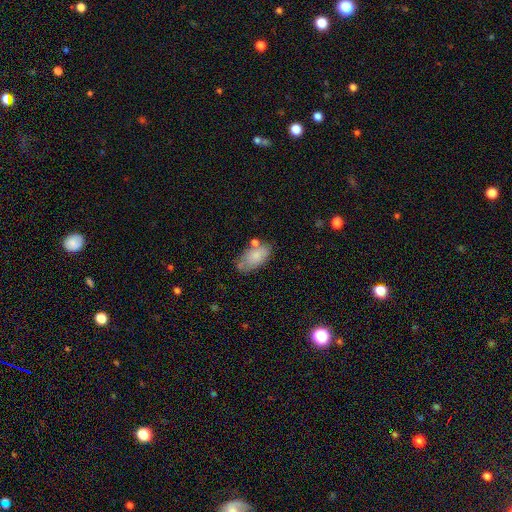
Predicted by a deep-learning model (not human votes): smooth 79%, featured or disk 14%, star or artifact 7%. Down the decision tree: how rounded — in between (93%); merging — none (61%).